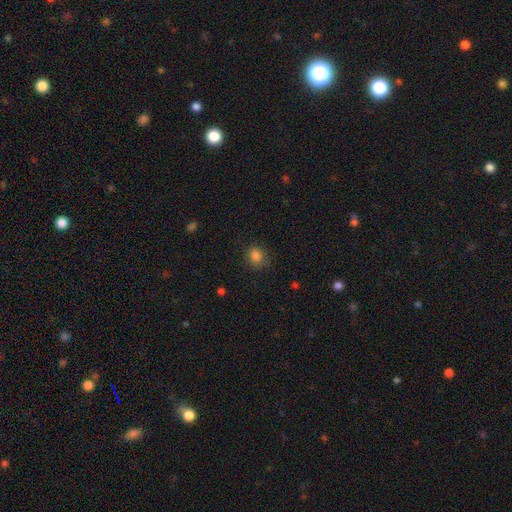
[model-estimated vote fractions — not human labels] A smooth galaxy with no disk features (84%) that is round (69%).

Vote fractions:
- Smooth or featured? smooth: 84% / star or artifact: 12% / featured or disk: 4%
- How rounded? round: 69% / in between: 30% / cigar-shaped: 1%
- Merging? none: 80% / minor disturbance: 15% / major disturbance: 4% / merger: 1%